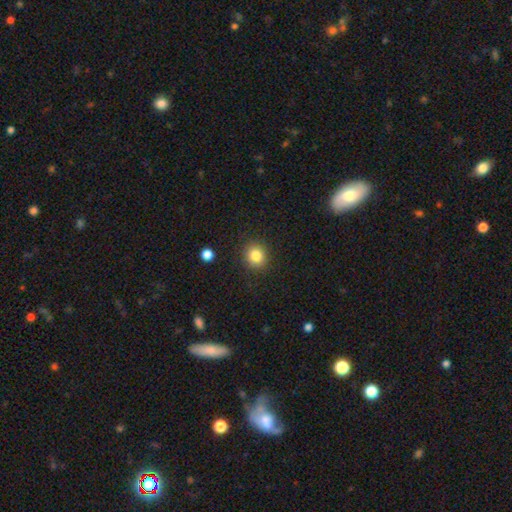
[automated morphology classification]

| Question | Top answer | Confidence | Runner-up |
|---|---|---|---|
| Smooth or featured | smooth | 83% | star or artifact (11%) |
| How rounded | round | 85% | in between (14%) |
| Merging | none | 89% | minor disturbance (7%) |